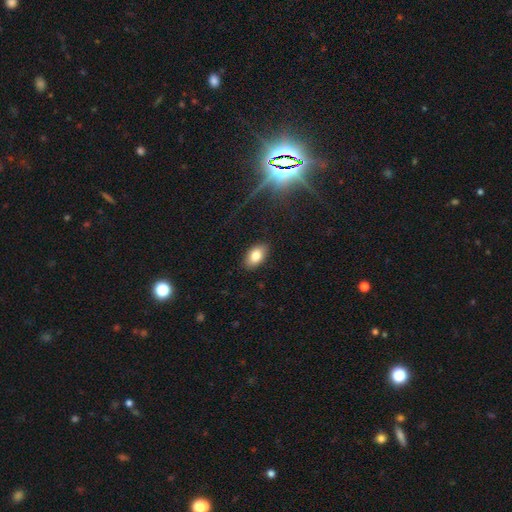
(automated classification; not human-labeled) Smooth or featured: smooth — 81% (featured or disk — 10%)
How rounded: in between — 91% (round — 7%)
Merging: none — 87% (minor disturbance — 9%)